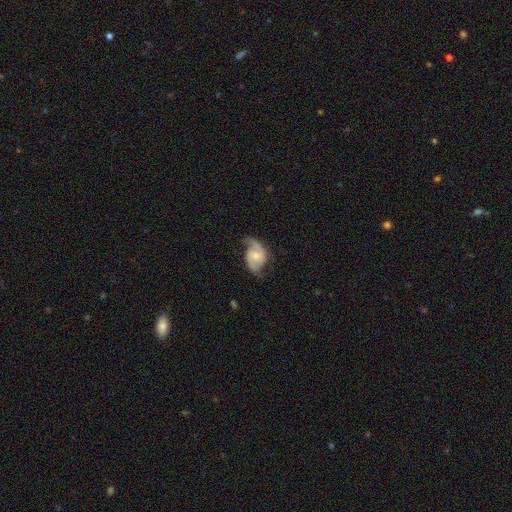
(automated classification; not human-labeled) Smooth or featured?
  - featured or disk: 73% *
  - smooth: 21%
  - star or artifact: 6%
Edge-on disk?
  - no: 97% *
  - yes: 3%
Bar?
  - no: 56% *
  - weak: 36%
  - strong: 8%
Spiral arms?
  - yes: 91% *
  - no: 9%
Spiral winding?
  - medium: 42% *
  - loose: 40%
  - tight: 18%
Spiral arm count?
  - 2: 74% *
  - 1: 16%
  - can't tell: 7%
  - 3: 1%
  - 4: 1%
  - more than 4: 1%
Bulge size?
  - moderate: 50% *
  - small: 38%
  - large: 6%
  - none: 5%
  - dominant: 1%
Merging?
  - none: 52% *
  - minor disturbance: 27%
  - major disturbance: 19%
  - merger: 2%